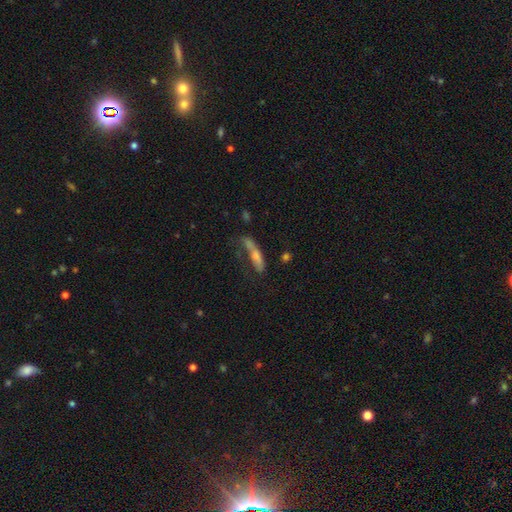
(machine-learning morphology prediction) Overall: smooth (48%; featured or disk 38%). Merging: none (38%; major disturbance 28%).